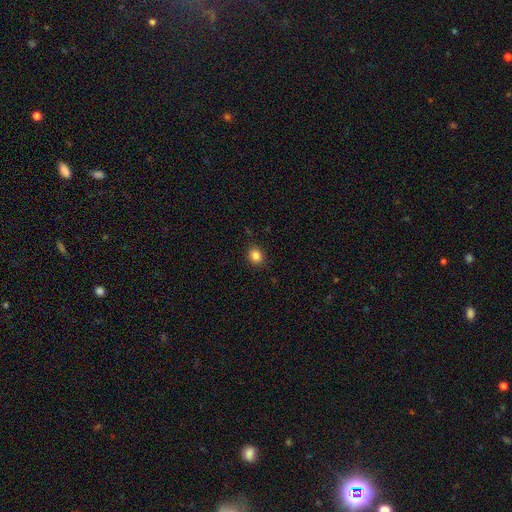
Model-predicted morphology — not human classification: type=smooth (84%); roundness=round (72%); merging=none (89%).